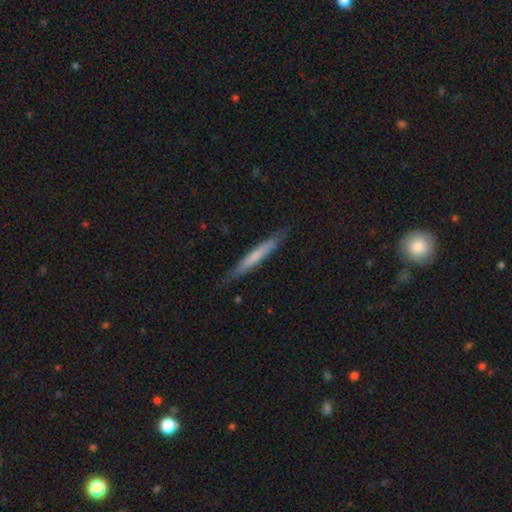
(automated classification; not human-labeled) smooth_or_featured: smooth (p=0.61) [alt: featured or disk p=0.33]
how_rounded: cigar-shaped (p=0.96) [alt: in between p=0.03]
merging: none (p=0.86) [alt: minor disturbance p=0.11]